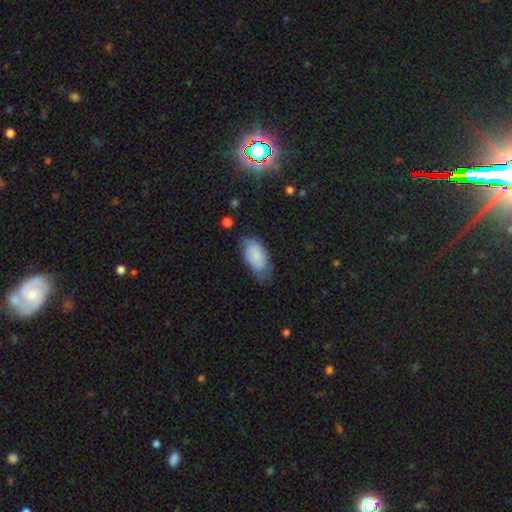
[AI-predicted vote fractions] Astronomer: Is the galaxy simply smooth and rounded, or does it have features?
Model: smooth — 70%.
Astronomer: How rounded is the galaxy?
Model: in between — 94%.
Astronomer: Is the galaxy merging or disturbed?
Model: none — 51% (runner-up: minor disturbance, 35%).